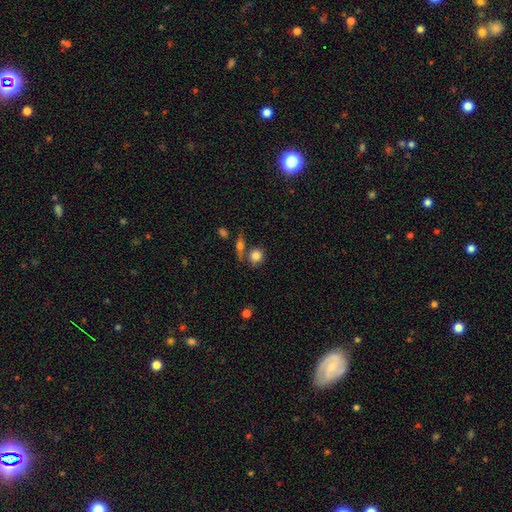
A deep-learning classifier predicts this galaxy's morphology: This appears to be a smooth galaxy with no disk features (81%) that is round (79%). Merging: none (63%).